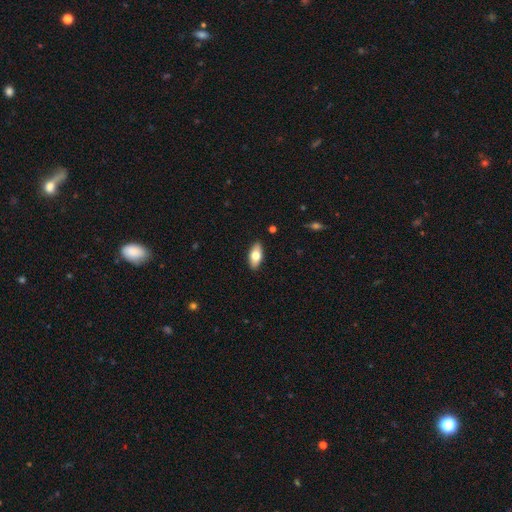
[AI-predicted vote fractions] smooth-or-featured: smooth: 71% | featured or disk: 23% | star or artifact: 6%
  how-rounded: in between: 87% | cigar-shaped: 11% | round: 3%
  merging: none: 89% | minor disturbance: 8% | major disturbance: 2% | merger: 1%